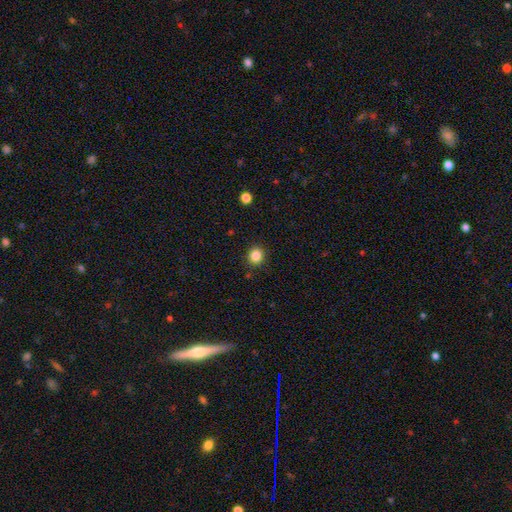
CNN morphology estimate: This appears to be a smooth galaxy with no disk features (85%) that is round (86%). Merging: none (89%).